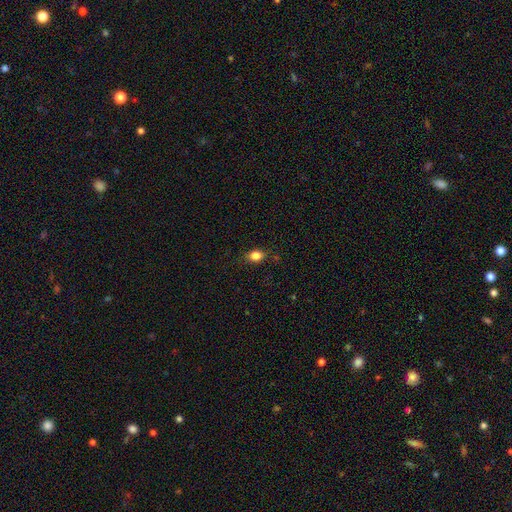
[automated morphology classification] Smooth or featured? smooth (84%)
How rounded? in between (64%)
Merging? none (83%)